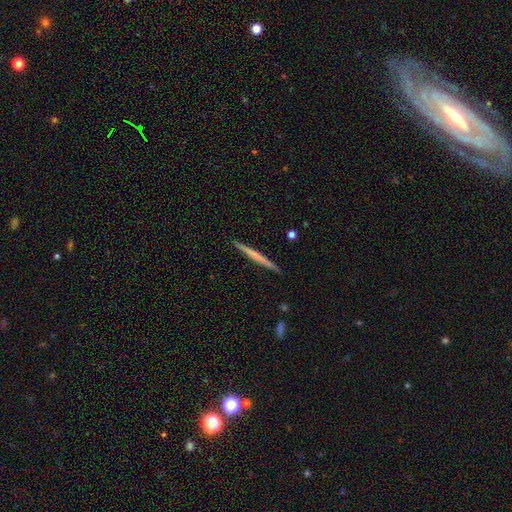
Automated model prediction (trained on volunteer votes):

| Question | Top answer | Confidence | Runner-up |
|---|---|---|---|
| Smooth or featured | featured or disk | 48% | smooth (47%) |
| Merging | none | 92% | minor disturbance (6%) |